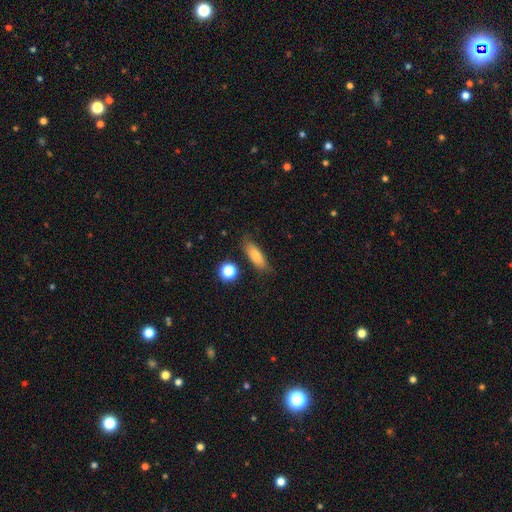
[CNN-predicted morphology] smooth 83%, featured or disk 9%, star or artifact 8%. Down the decision tree: how rounded — in between (58%); merging — none (78%).